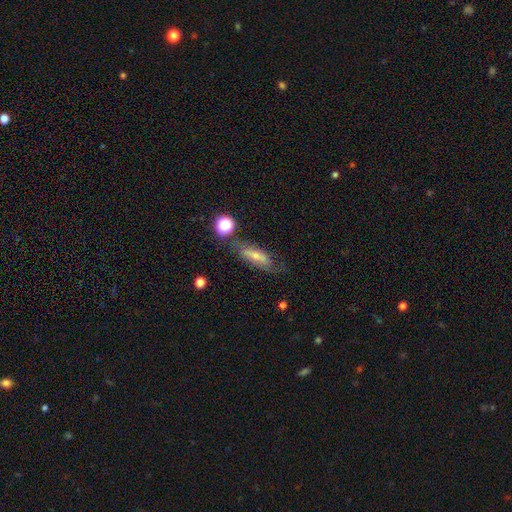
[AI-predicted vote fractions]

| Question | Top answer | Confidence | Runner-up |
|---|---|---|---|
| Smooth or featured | smooth | 45% | featured or disk (44%) |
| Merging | none | 64% | minor disturbance (21%) |